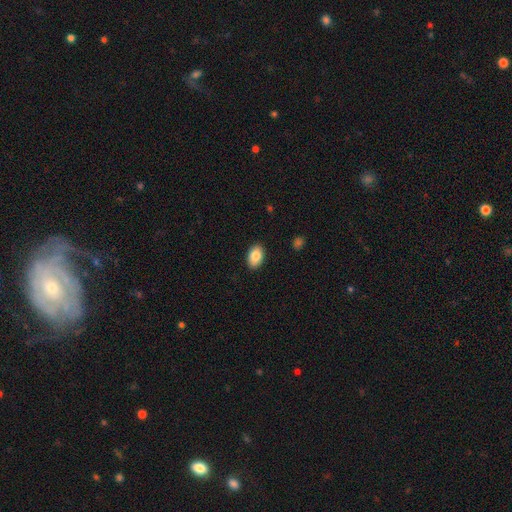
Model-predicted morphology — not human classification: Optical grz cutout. It shows a smooth galaxy with no disk features (85%) that is in between round and cigar-shaped (90%). Merging: none (89%).